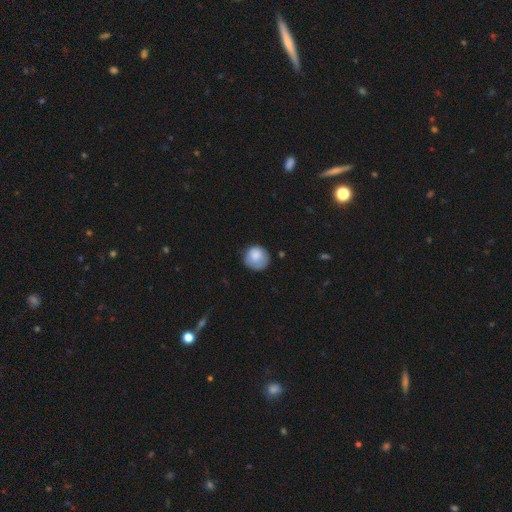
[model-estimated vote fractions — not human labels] Smooth or featured?
  - smooth: 82% *
  - featured or disk: 10%
  - star or artifact: 8%
How rounded?
  - round: 90% *
  - in between: 9%
  - cigar-shaped: 1%
Merging?
  - none: 68% *
  - minor disturbance: 23%
  - major disturbance: 7%
  - merger: 2%